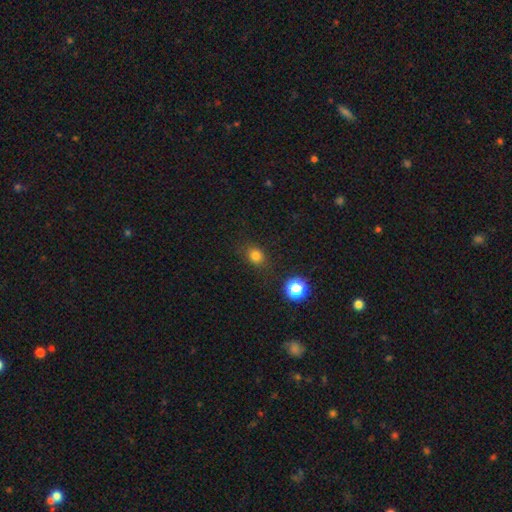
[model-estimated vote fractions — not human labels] Morphology: type=smooth (78%); roundness=round (64%); merging=none (81%).